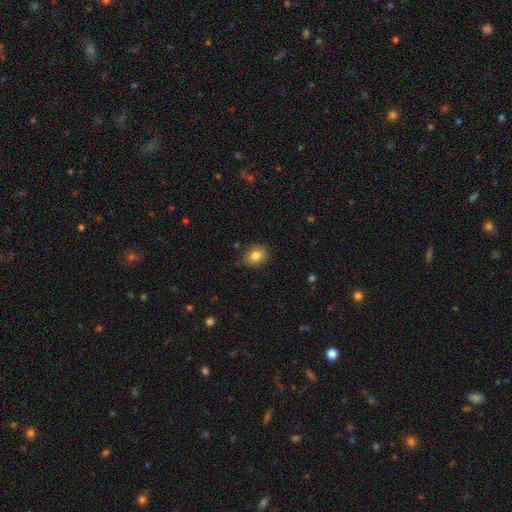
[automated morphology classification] Smooth or featured? smooth (81%)
How rounded? round (57%)
Merging? none (85%)